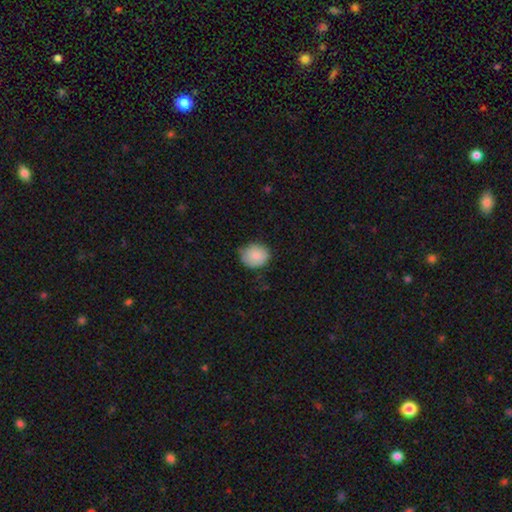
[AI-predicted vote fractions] Morphology: type=smooth (86%); roundness=round (71%); merging=none (70%).